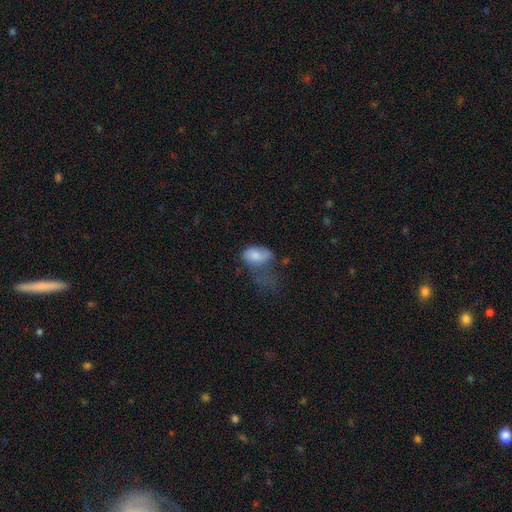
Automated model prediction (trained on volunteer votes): Smooth or featured? Predicted: smooth (p=0.70). How rounded? Predicted: in between (p=0.87). Merging? Predicted: major disturbance (p=0.51).